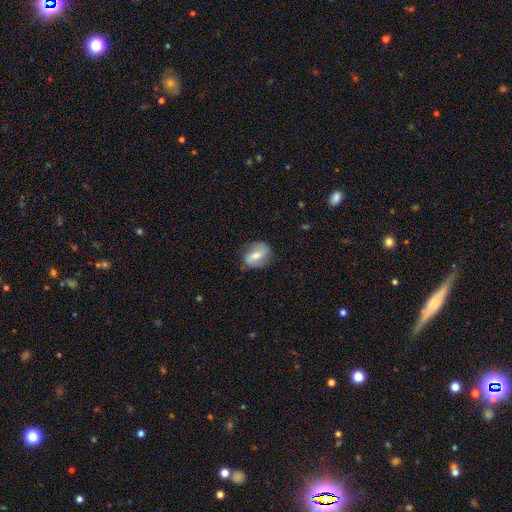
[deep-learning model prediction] Smooth or featured: featured or disk — 53% (smooth — 40%)
Edge-on disk: no — 94% (yes — 6%)
Merging: none — 75% (minor disturbance — 19%)